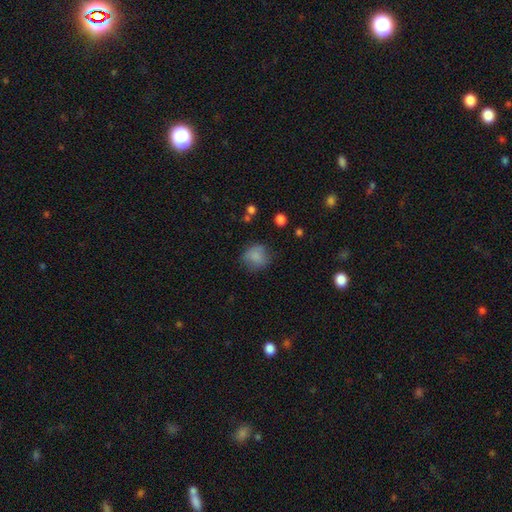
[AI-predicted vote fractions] Smooth or featured? Predicted: smooth (p=0.81). How rounded? Predicted: round (p=0.80). Merging? Predicted: none (p=0.69).